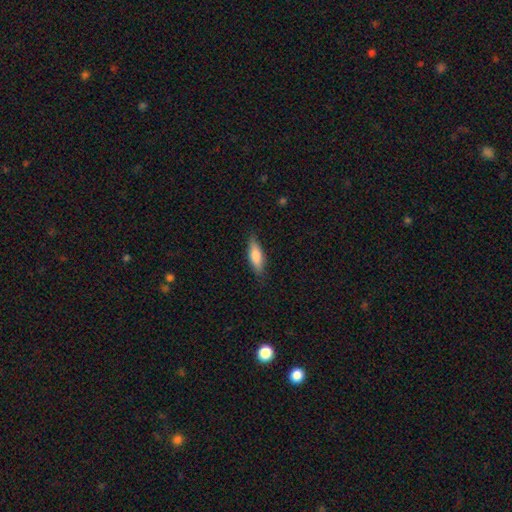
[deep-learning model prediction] smooth-or-featured: smooth: 73% | featured or disk: 21% | star or artifact: 6%
  how-rounded: in between: 49% (tied) | cigar-shaped: 49% (tied) | round: 2%
  merging: none: 85% | minor disturbance: 11% | major disturbance: 2% | merger: 1%